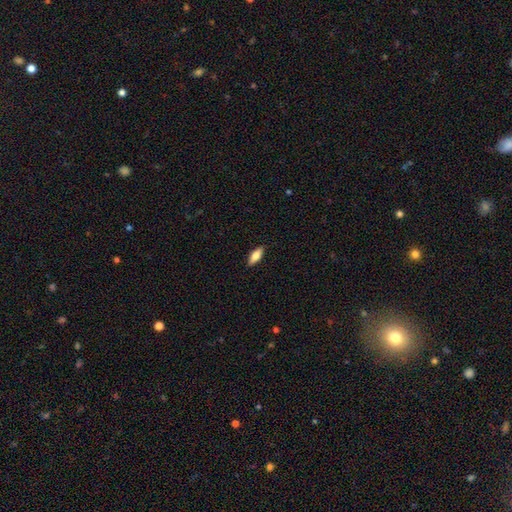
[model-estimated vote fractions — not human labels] Q: Smooth or featured?
A: smooth (69%); runner-up: featured or disk (25%)
Q: How rounded?
A: in between (72%); runner-up: cigar-shaped (26%)
Q: Merging?
A: none (89%); runner-up: minor disturbance (8%)